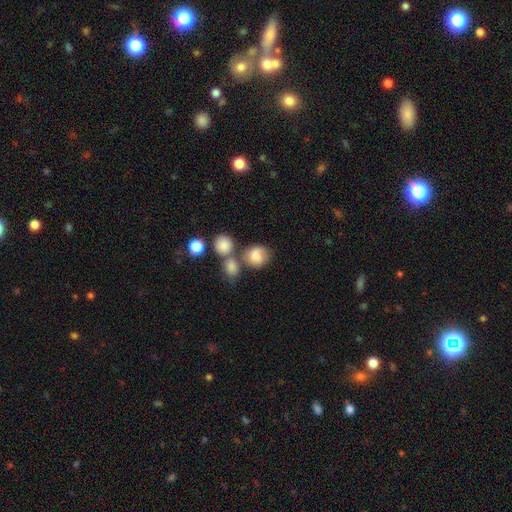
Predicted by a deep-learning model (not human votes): A smooth galaxy with no disk features (78%) that is round (66%).

Vote fractions:
- Smooth or featured? smooth: 78% / featured or disk: 14% / star or artifact: 9%
- How rounded? round: 66% / in between: 33% / cigar-shaped: 1%
- Merging? none: 40% / merger: 36% / minor disturbance: 16% / major disturbance: 8%